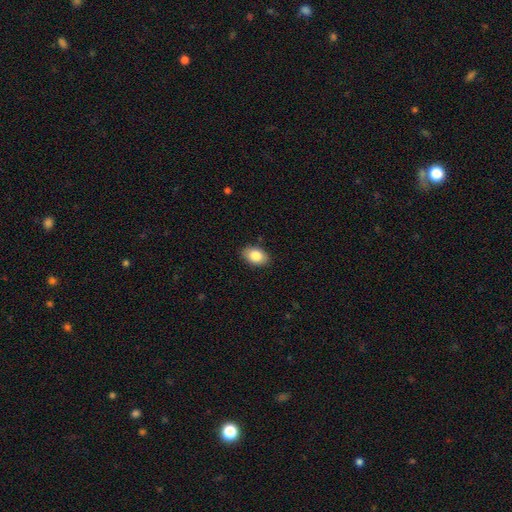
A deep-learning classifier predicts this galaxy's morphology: A smooth galaxy with no disk features (85%) that is in between round and cigar-shaped (86%). Merging: none (87%).